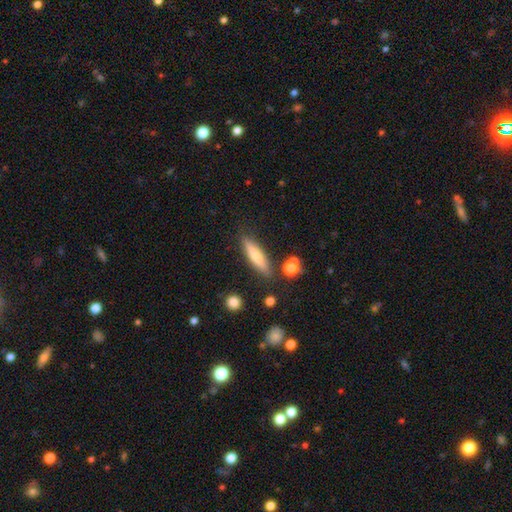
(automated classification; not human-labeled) This appears to be a smooth galaxy with no disk features (57%) that is cigar-shaped (79%). Merging: none (84%).